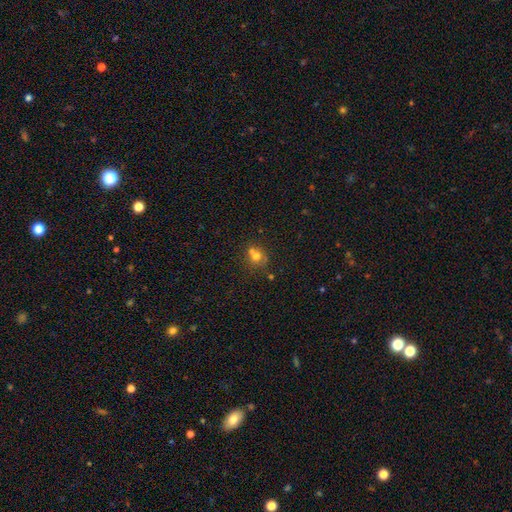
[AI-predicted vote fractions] Smooth or featured? Predicted: smooth (p=0.67). How rounded? Predicted: round (p=0.72). Merging? Predicted: none (p=0.42).